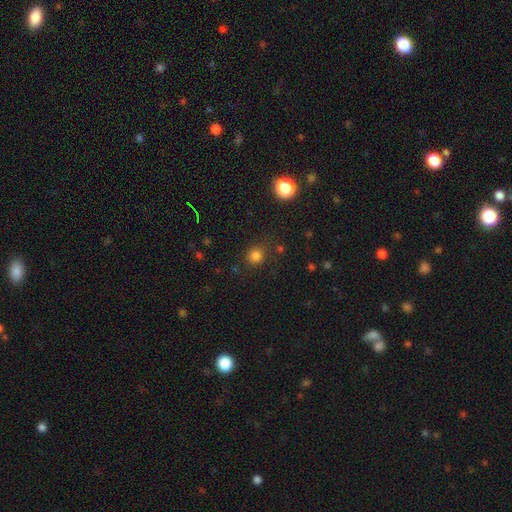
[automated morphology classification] This appears to be a smooth galaxy with no disk features (79%) that is round (87%). Merging: none (81%).